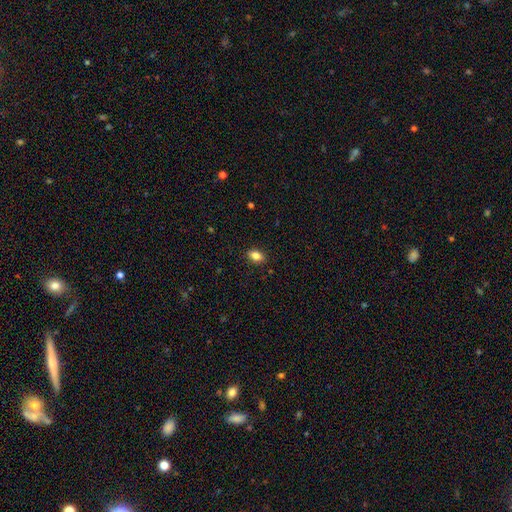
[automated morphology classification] Smooth or featured: smooth — 83% (star or artifact — 9%)
How rounded: in between — 83% (round — 15%)
Merging: none — 88% (minor disturbance — 9%)